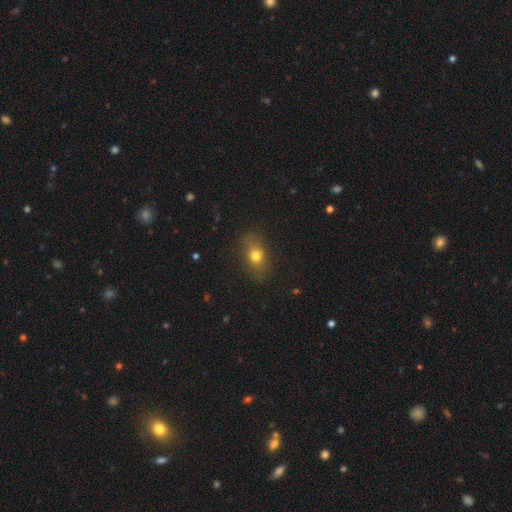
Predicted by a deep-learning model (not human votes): Q: Smooth or featured?
A: smooth (72%); runner-up: featured or disk (15%)
Q: How rounded?
A: in between (68%); runner-up: round (28%)
Q: Merging?
A: none (79%); runner-up: minor disturbance (14%)